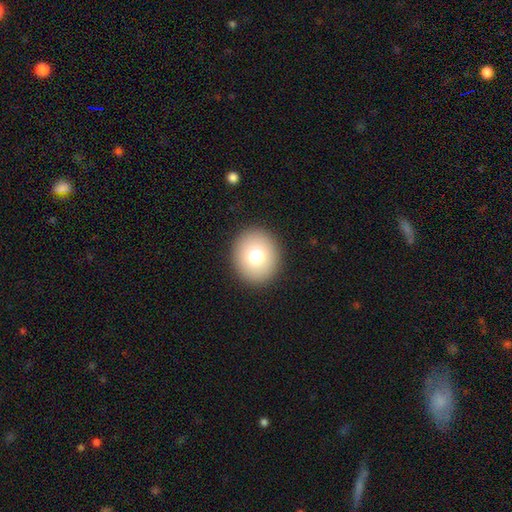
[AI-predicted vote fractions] A smooth galaxy with no disk features (76%) that is round (80%).

Vote fractions:
- Smooth or featured? smooth: 76% / featured or disk: 14% / star or artifact: 11%
- How rounded? round: 80% / in between: 19% / cigar-shaped: 1%
- Merging? none: 92% / minor disturbance: 5% / major disturbance: 2% / merger: 1%